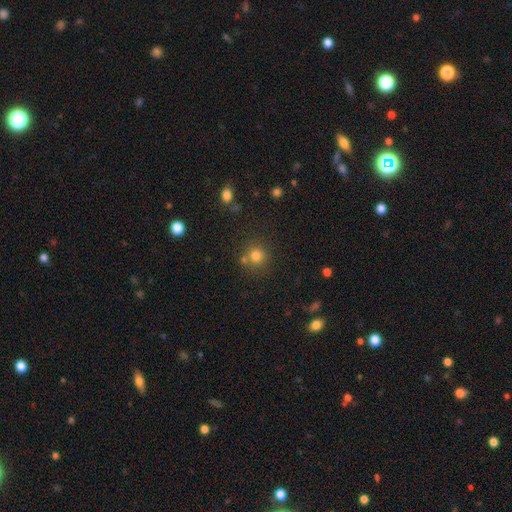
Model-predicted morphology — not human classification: Smooth or featured? smooth (74%)
How rounded? round (91%)
Merging? none (73%)